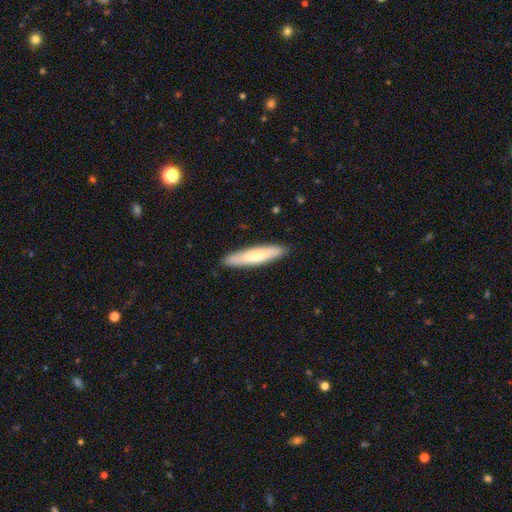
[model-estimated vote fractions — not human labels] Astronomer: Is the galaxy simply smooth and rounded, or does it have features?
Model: smooth — 70%.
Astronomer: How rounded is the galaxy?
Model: cigar-shaped — 86%.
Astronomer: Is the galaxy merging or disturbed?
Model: none — 89%.